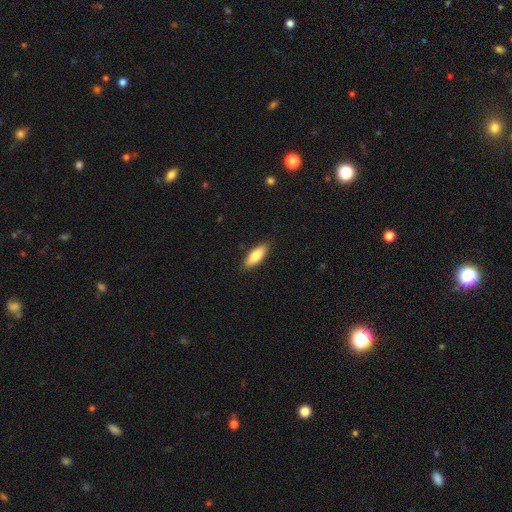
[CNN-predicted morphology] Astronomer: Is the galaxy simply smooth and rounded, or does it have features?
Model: smooth — 80%.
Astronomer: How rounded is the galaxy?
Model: in between — 67%.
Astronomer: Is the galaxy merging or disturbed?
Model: none — 88%.